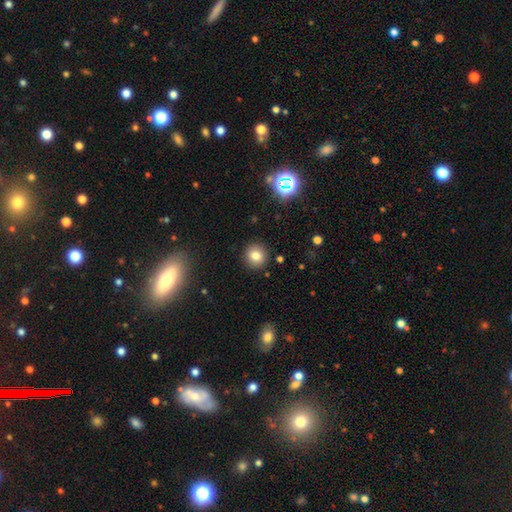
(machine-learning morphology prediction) A smooth galaxy with no disk features (80%) that is round (89%). Merging: none (90%).